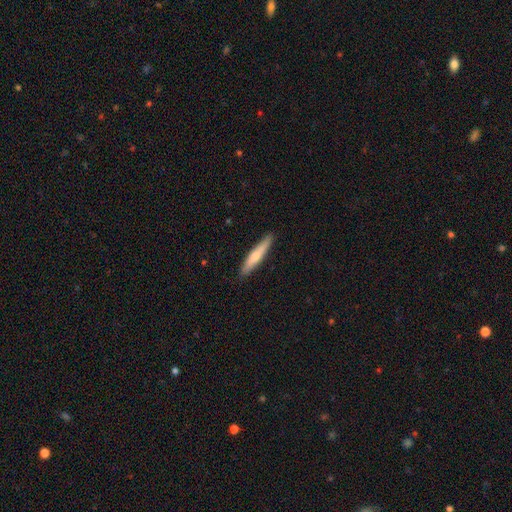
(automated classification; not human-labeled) A smooth galaxy with no disk features (64%) that is cigar-shaped (93%). Merging: none (90%).